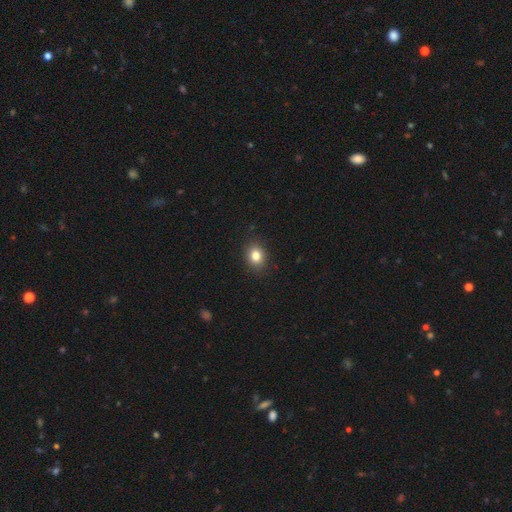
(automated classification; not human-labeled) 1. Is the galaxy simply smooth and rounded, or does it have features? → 81% smooth, 11% star or artifact, 7% featured or disk.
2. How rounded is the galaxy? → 57% round, 42% in between, 1% cigar-shaped.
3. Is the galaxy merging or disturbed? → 89% none, 8% minor disturbance, 2% major disturbance, 1% merger.